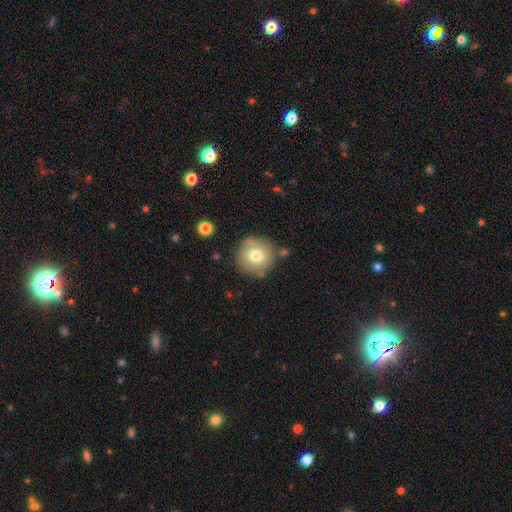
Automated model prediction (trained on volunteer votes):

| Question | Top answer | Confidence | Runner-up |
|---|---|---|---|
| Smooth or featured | smooth | 74% | featured or disk (17%) |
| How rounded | round | 94% | in between (5%) |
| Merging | none | 81% | minor disturbance (11%) |